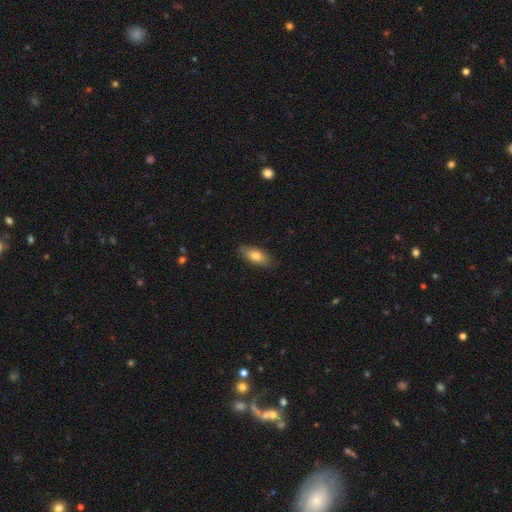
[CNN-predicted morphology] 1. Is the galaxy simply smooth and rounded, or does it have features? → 77% smooth, 17% featured or disk, 7% star or artifact.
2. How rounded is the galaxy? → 85% in between, 12% cigar-shaped, 3% round.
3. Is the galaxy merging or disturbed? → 82% none, 14% minor disturbance, 3% major disturbance, 1% merger.